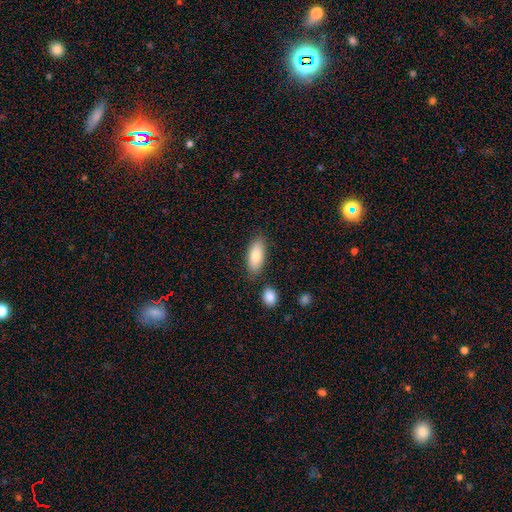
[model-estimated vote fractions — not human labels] Morphology: type=smooth (82%); roundness=in between (85%); merging=none (80%).